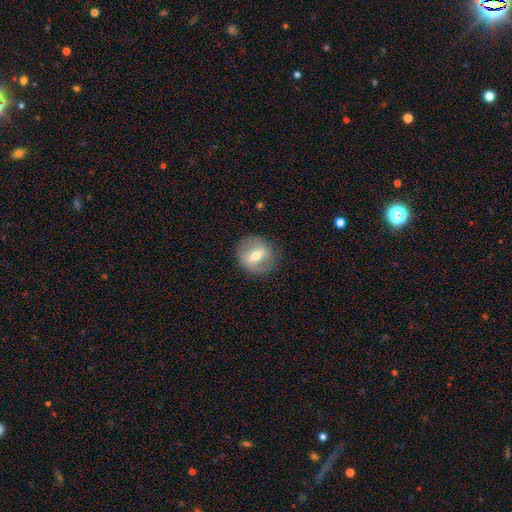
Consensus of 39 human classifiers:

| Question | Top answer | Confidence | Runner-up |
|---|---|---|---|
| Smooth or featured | featured or disk | 67% | smooth (28%) |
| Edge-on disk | no | 88% | yes (12%) |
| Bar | strong | 48% | weak (35%) |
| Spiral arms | yes | 61% | no (39%) |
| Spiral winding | medium | 43% | tight (36%) |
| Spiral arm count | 2 | 64% | can't tell (21%) |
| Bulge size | moderate | 70% | small (26%) |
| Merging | none | 70% | minor disturbance (22%) |